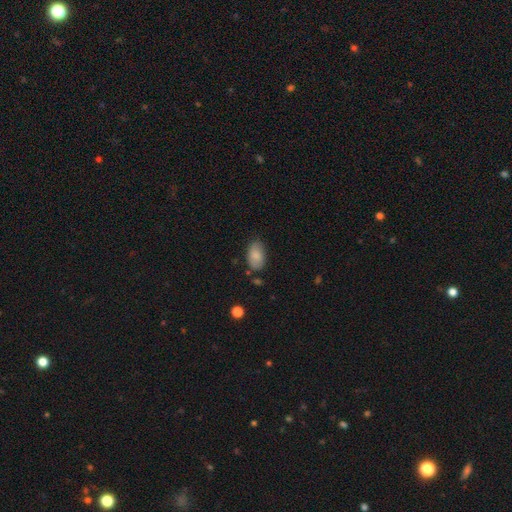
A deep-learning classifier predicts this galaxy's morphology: Smooth or featured? smooth (82%)
How rounded? in between (92%)
Merging? none (75%)